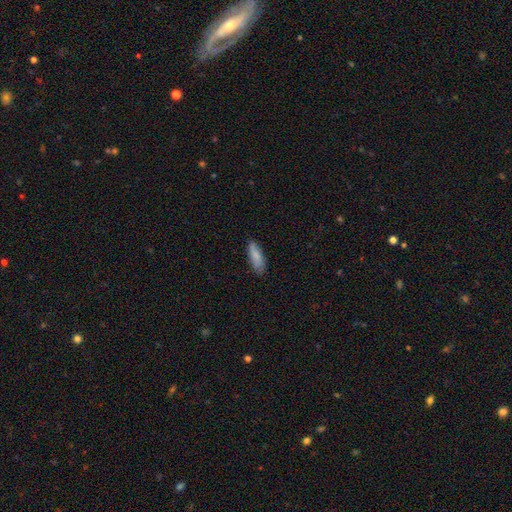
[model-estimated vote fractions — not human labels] The model was most divided on "how rounded": in between: 59%, cigar-shaped: 39%, round: 2%. More confident: smooth or featured — smooth (82%); merging — none (79%).